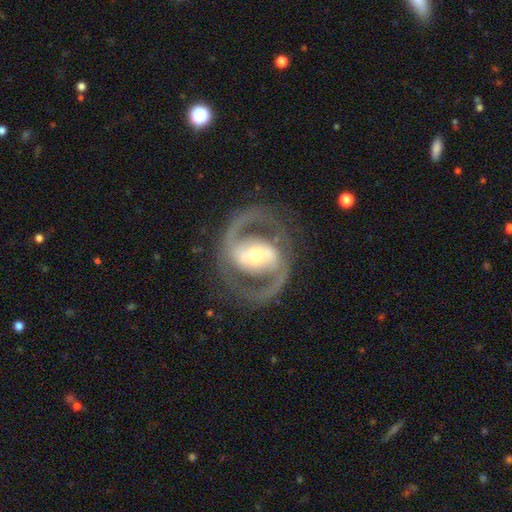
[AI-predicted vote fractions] Q: Smooth or featured?
A: featured or disk (87%); runner-up: smooth (9%)
Q: Edge-on disk?
A: no (96%); runner-up: yes (4%)
Q: Bar?
A: strong (50%); runner-up: weak (28%)
Q: Spiral arms?
A: yes (83%); runner-up: no (17%)
Q: Spiral winding?
A: medium (56%); runner-up: tight (24%)
Q: Spiral arm count?
A: 2 (91%); runner-up: can't tell (4%)
Q: Bulge size?
A: moderate (66%); runner-up: small (20%)
Q: Merging?
A: none (81%); runner-up: minor disturbance (10%)